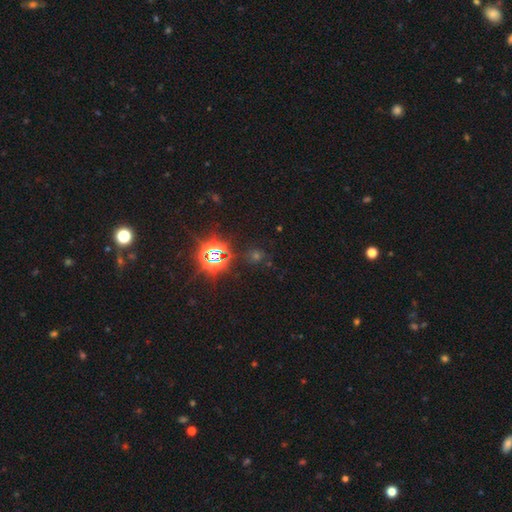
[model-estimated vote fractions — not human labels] A star or artifact, not a galaxy (72%).

Vote fractions:
- Smooth or featured? star or artifact: 72% / smooth: 20% / featured or disk: 8%